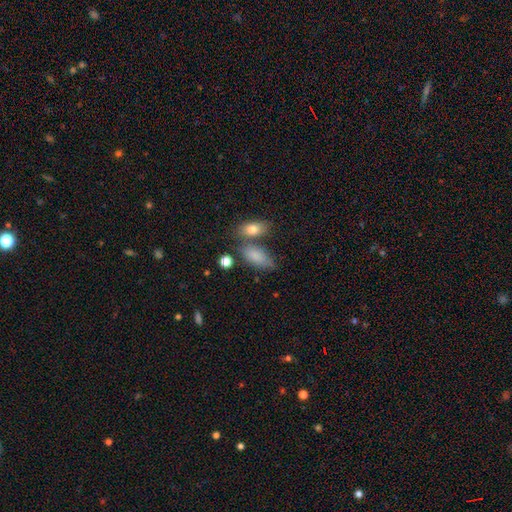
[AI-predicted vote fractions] Morphology: type=smooth (82%); roundness=in between (87%); merging=none (53%).